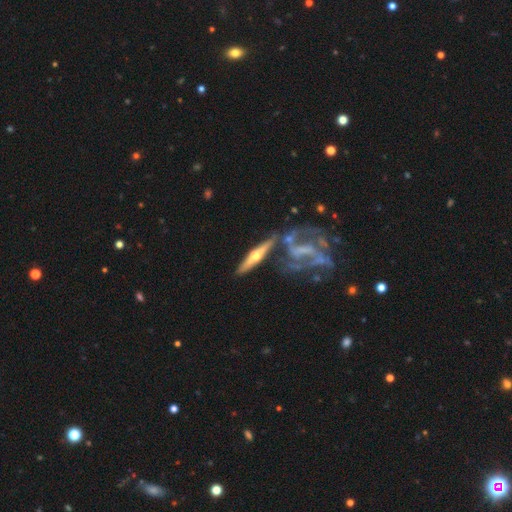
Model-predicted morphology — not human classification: featured or disk 71%, smooth 24%, star or artifact 5%. Down the decision tree: edge-on disk — yes (89%); edge-on bulge — rounded (92%); merging — none (69%).